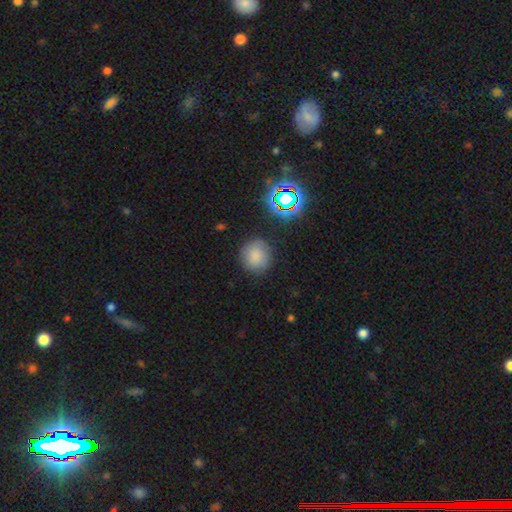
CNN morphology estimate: A smooth galaxy with no disk features (76%) that is round (90%).

Vote fractions:
- Smooth or featured? smooth: 76% / star or artifact: 16% / featured or disk: 8%
- How rounded? round: 90% / in between: 9% / cigar-shaped: 1%
- Merging? none: 85% / minor disturbance: 10% / major disturbance: 3% / merger: 2%